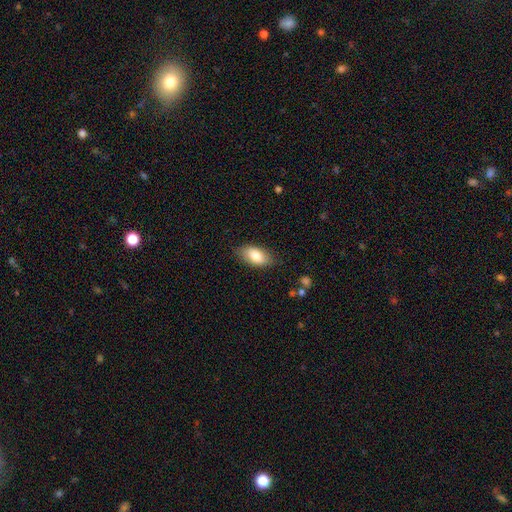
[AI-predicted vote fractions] Smooth or featured? smooth (82%)
How rounded? in between (92%)
Merging? none (82%)